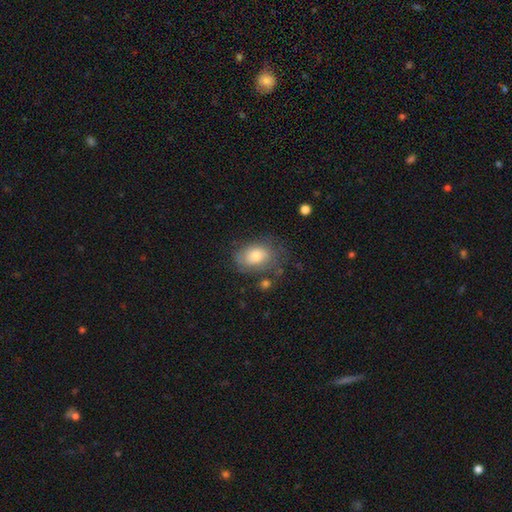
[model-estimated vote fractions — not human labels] A smooth galaxy with no disk features (61%) that is in between round and cigar-shaped (74%). Merging: none (57%).